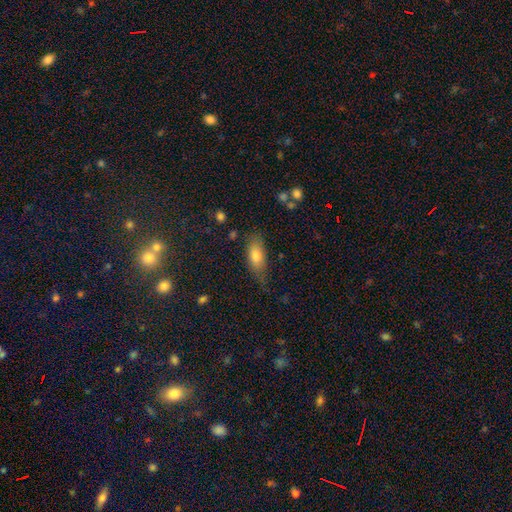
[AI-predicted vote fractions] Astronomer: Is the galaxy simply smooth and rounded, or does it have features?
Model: smooth — 76%.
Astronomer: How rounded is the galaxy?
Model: in between — 78%.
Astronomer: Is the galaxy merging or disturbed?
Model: none — 58%.